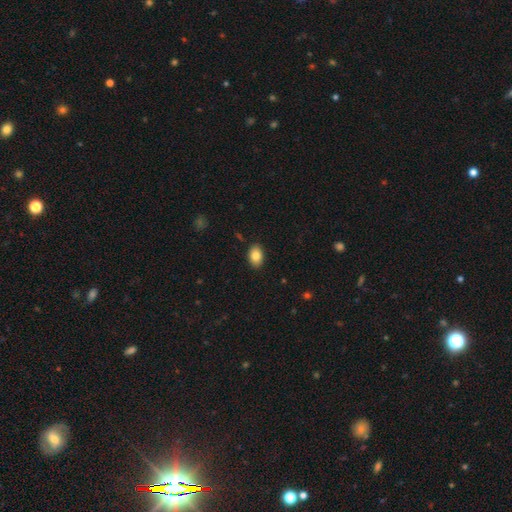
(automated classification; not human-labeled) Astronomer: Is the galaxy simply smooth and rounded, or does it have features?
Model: smooth — 85%.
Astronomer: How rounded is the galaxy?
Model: in between — 85%.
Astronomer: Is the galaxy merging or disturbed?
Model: none — 89%.